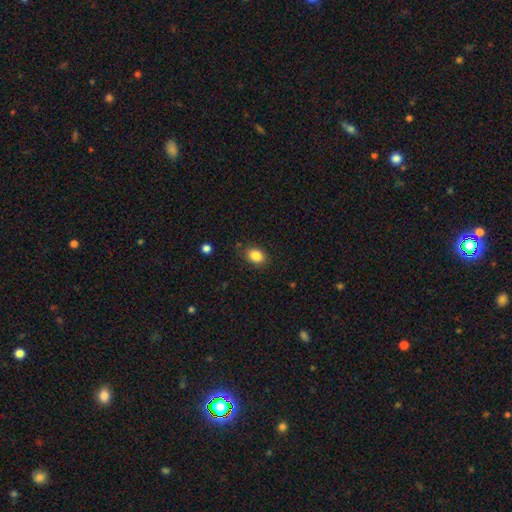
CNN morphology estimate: A smooth galaxy with no disk features (86%) that is in between round and cigar-shaped (75%). Merging: none (82%).